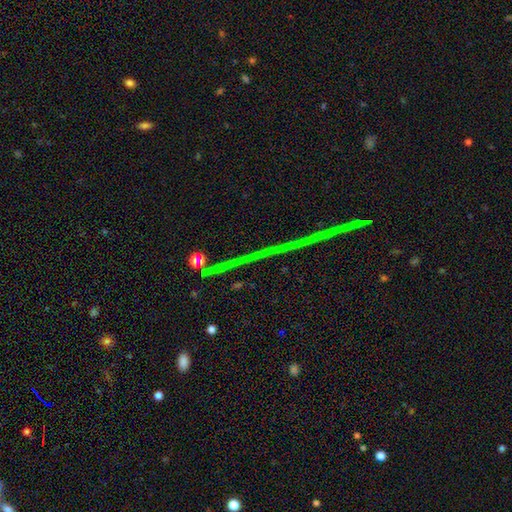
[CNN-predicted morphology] Smooth or featured? Predicted: star or artifact (p=0.80).